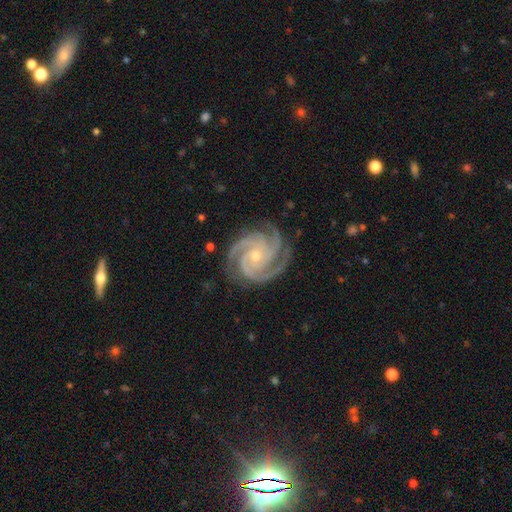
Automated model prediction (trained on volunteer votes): This appears to be a featured or disk galaxy (94%) with no bar (72%), 3 (55%) tight (73%) spiral arms (99%) and a small central bulge (62%). Merging: none (81%).